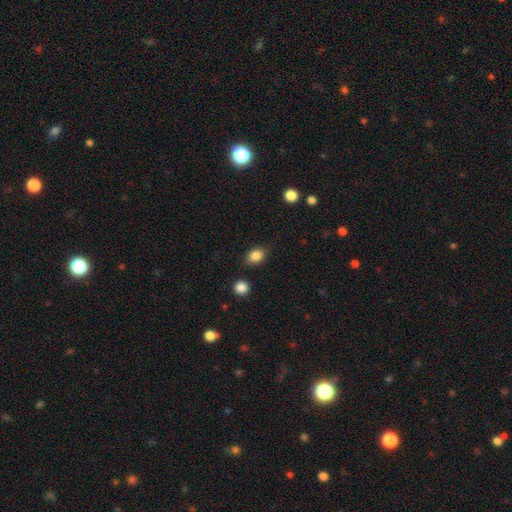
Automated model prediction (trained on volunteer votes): This is clearly a smooth galaxy (85%). How rounded: likely in between (65%). Merging: clearly none (81%).